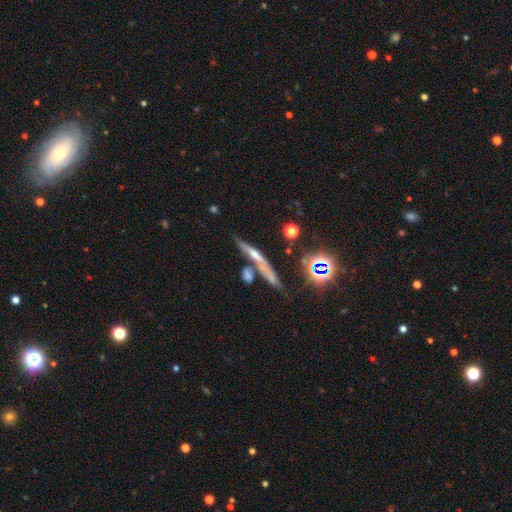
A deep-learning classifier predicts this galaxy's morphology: This appears to be a featured or disk galaxy (45%). Merging: none (48%).